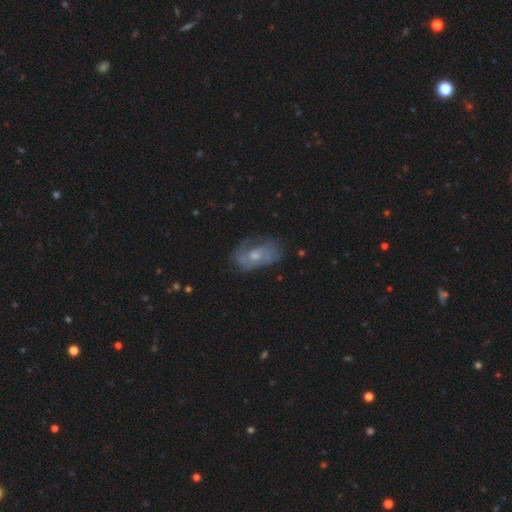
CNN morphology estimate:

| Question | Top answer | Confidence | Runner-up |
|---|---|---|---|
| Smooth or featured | featured or disk | 63% | smooth (27%) |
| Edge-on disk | no | 95% | yes (5%) |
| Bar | no | 70% | weak (25%) |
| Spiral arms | yes | 70% | no (30%) |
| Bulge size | moderate | 50% | small (40%) |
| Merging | none | 54% | minor disturbance (25%) |